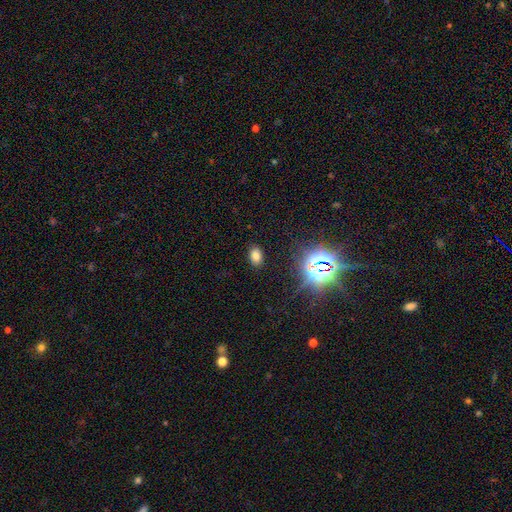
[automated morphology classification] smooth 73%, star or artifact 21%, featured or disk 6%. Down the decision tree: how rounded — in between (85%); merging — none (87%).